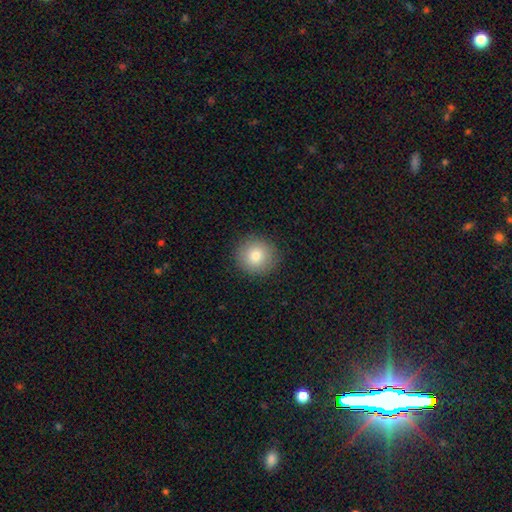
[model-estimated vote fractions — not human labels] A smooth galaxy with no disk features (80%) that is round (93%). Merging: none (90%).